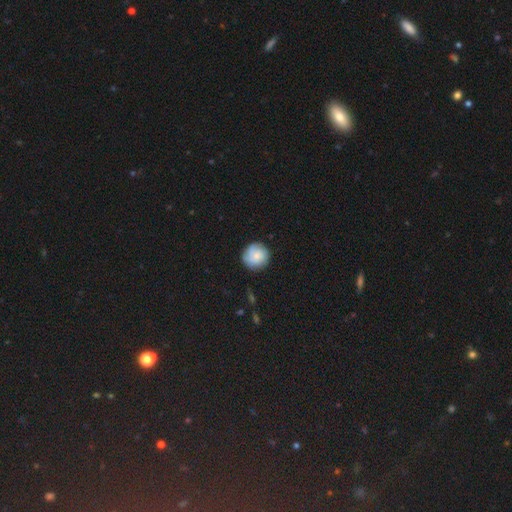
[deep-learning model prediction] smooth-or-featured: smooth: 57% | featured or disk: 35% | star or artifact: 8%
  how-rounded: round: 93% | in between: 6% | cigar-shaped: 1%
  merging: none: 81% | minor disturbance: 14% | major disturbance: 3% | merger: 1%